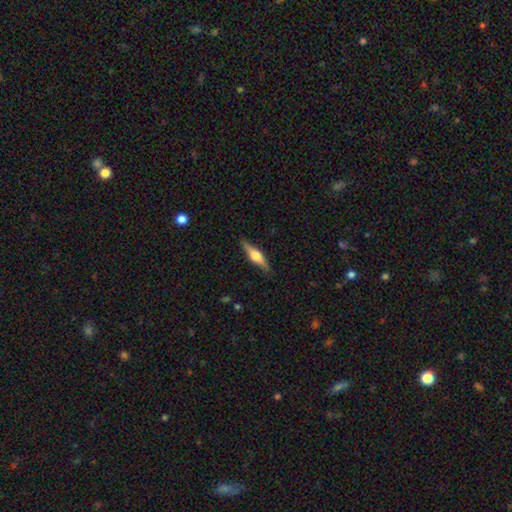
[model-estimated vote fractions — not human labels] smooth_or_featured: featured or disk (p=0.59) [alt: smooth p=0.35]
disk_edge_on: yes (p=0.96) [alt: no p=0.04]
edge_on_bulge: rounded (p=0.90) [alt: boxy p=0.08]
merging: none (p=0.87) [alt: minor disturbance p=0.10]